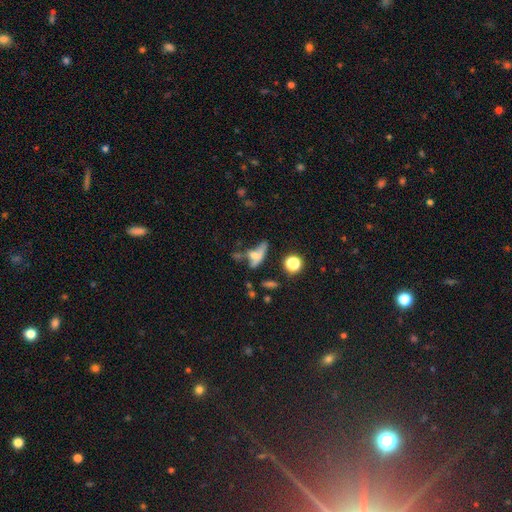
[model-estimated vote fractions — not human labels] The model was most divided on "how rounded": in between: 48%, cigar-shaped: 42%, round: 11%. Remaining: smooth or featured — smooth (51%); merging — none (38%).